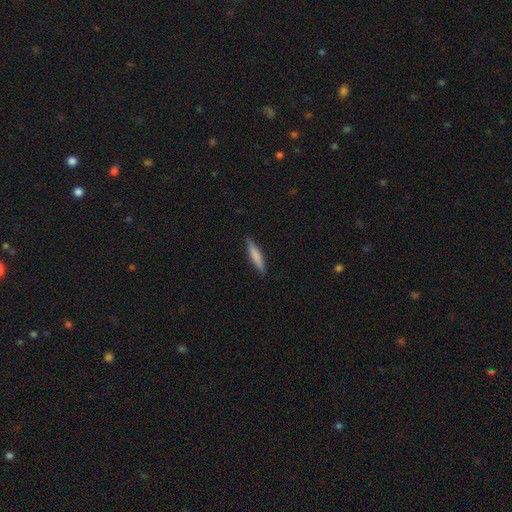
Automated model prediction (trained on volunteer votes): A smooth galaxy with no disk features (76%) that is cigar-shaped (86%). Merging: none (89%).